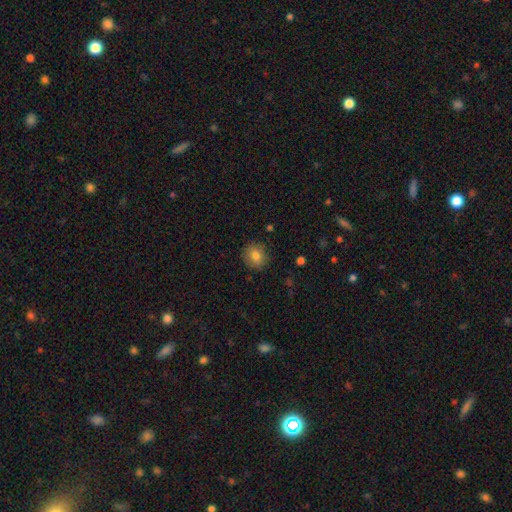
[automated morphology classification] smooth_or_featured: smooth (p=0.81) [alt: star or artifact p=0.10]
how_rounded: round (p=0.76) [alt: in between p=0.23]
merging: none (p=0.86) [alt: minor disturbance p=0.10]